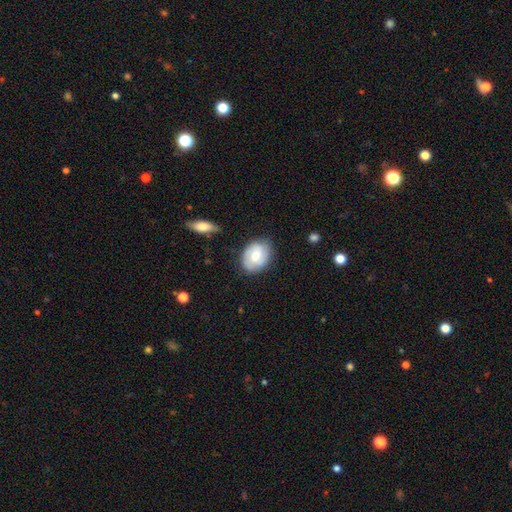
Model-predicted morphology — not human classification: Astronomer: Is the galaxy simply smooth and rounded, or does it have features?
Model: smooth — 60%.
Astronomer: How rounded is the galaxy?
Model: in between — 63%.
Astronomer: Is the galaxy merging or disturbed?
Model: none — 75%.